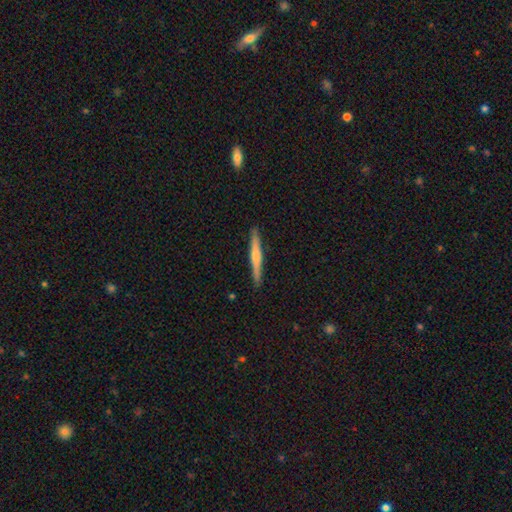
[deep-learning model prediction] This appears to be a featured or disk galaxy (51%) viewed edge-on (97%). Merging: none (91%).